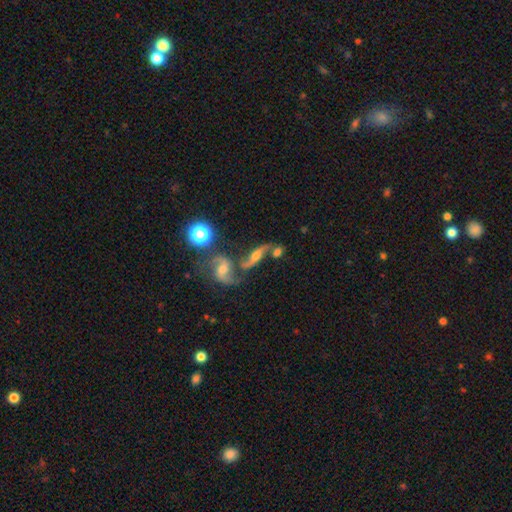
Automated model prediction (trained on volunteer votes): Morphology: type=featured or disk (72%); edge-on=no (79%); bar=no (46%); spiral arms=yes (89%); winding=loose (78%); arm count=2 (90%); bulge=moderate (53%); merging=none (41%).